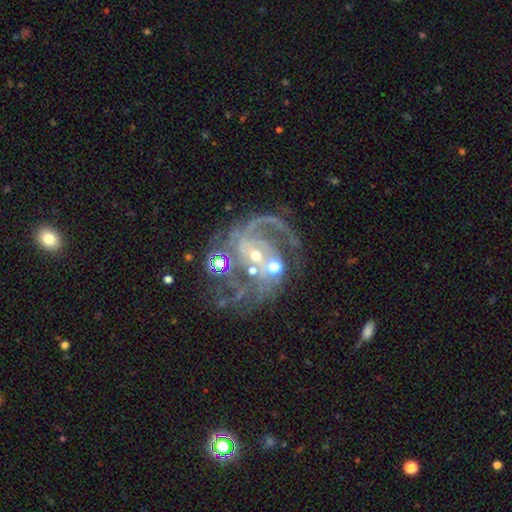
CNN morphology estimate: The model was most divided on "spiral winding": medium: 48%, tight: 33%, loose: 19%. Remaining: edge-on disk — no (98%); spiral arms — yes (95%); smooth or featured — featured or disk (86%); bulge size — small (65%); bar — no (50%); merging — none (45%); spiral arm count — 2 (43%).